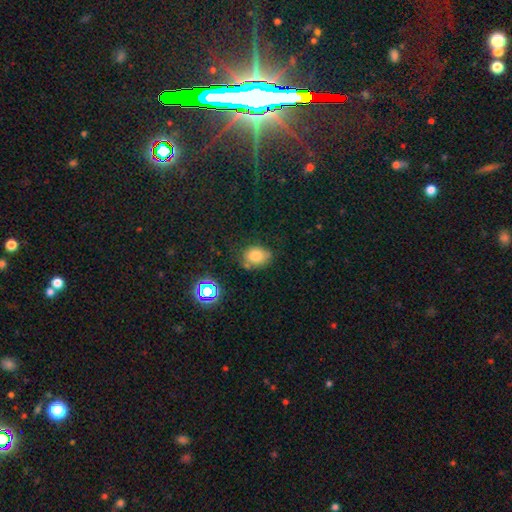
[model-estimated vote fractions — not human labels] Smooth or featured?
  - smooth: 76% *
  - star or artifact: 15%
  - featured or disk: 9%
How rounded?
  - in between: 61% *
  - round: 38%
  - cigar-shaped: 1%
Merging?
  - none: 66% *
  - minor disturbance: 21%
  - merger: 7%
  - major disturbance: 6%